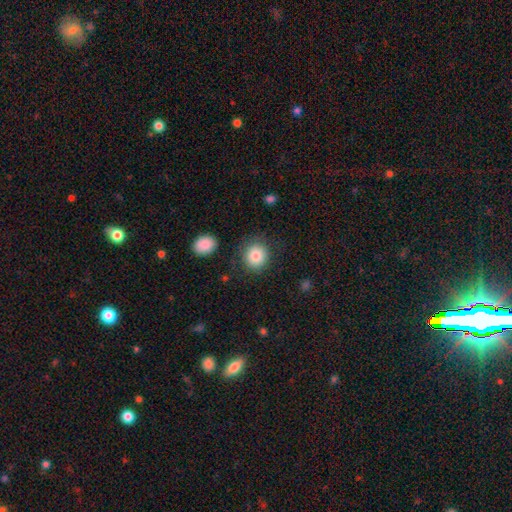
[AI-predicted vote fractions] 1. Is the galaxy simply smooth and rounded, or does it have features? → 83% smooth, 9% star or artifact, 8% featured or disk.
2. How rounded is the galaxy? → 83% round, 16% in between, 1% cigar-shaped.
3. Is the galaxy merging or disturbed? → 82% none, 11% minor disturbance, 4% major disturbance, 3% merger.